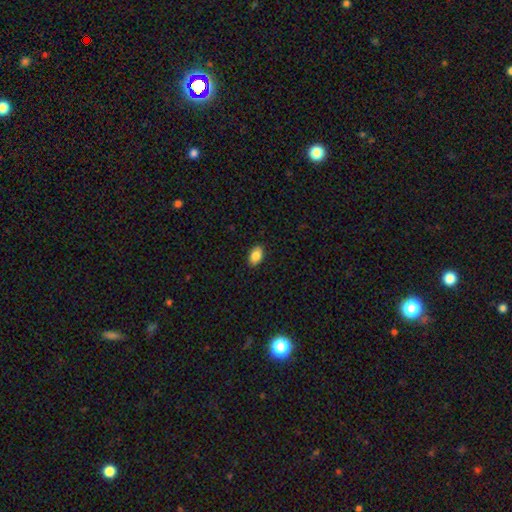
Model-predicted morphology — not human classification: Smooth or featured: smooth — 87% (star or artifact — 8%)
How rounded: in between — 89% (round — 9%)
Merging: none — 89% (minor disturbance — 8%)